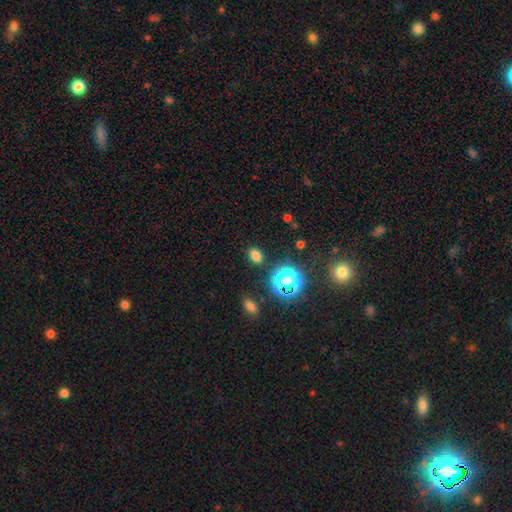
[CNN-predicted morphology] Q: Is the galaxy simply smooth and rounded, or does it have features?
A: smooth — 72%.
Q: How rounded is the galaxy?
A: in between — 62%.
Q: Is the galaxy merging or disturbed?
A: none — 83%.